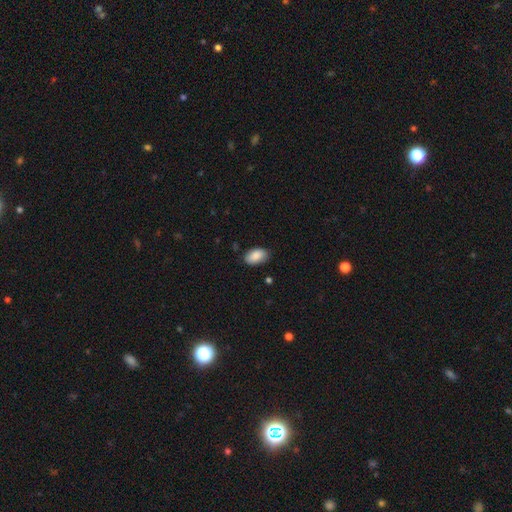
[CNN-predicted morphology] A smooth galaxy with no disk features (88%) that is in between round and cigar-shaped (93%).

Vote fractions:
- Smooth or featured? smooth: 88% / star or artifact: 7% / featured or disk: 5%
- How rounded? in between: 93% / round: 5% / cigar-shaped: 2%
- Merging? none: 83% / minor disturbance: 14% / major disturbance: 3% / merger: 1%